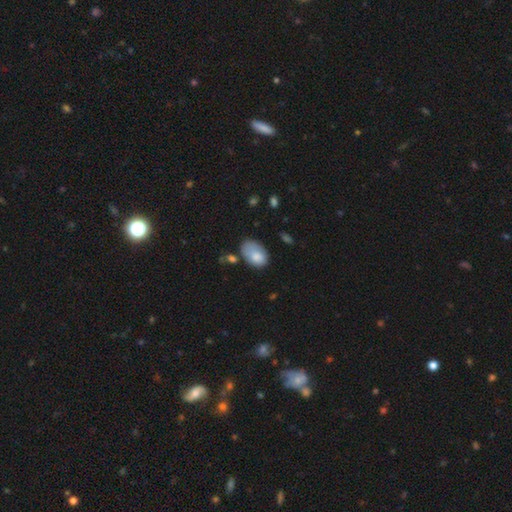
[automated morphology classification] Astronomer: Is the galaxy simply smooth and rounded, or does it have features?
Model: smooth — 78%.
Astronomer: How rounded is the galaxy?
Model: in between — 88%.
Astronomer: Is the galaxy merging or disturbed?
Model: none — 41% (runner-up: minor disturbance, 33%).